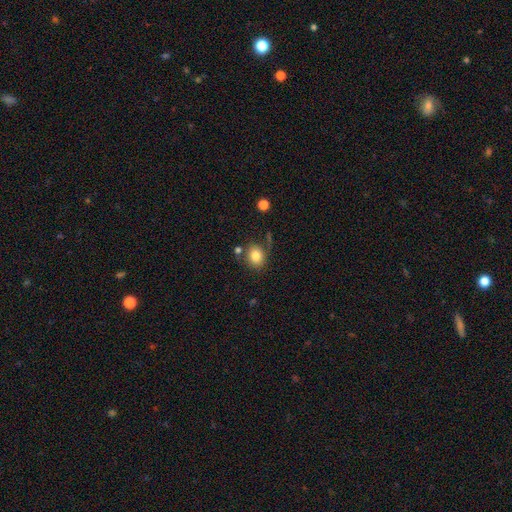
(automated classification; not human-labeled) A smooth galaxy with no disk features (80%) that is round (64%). Merging: none (68%).